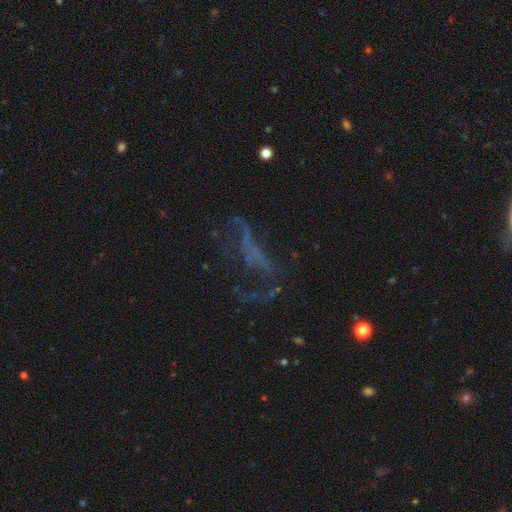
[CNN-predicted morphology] smooth_or_featured: featured or disk (p=0.50) [alt: star or artifact p=0.30]
merging: major disturbance (p=0.42) [alt: none p=0.38]